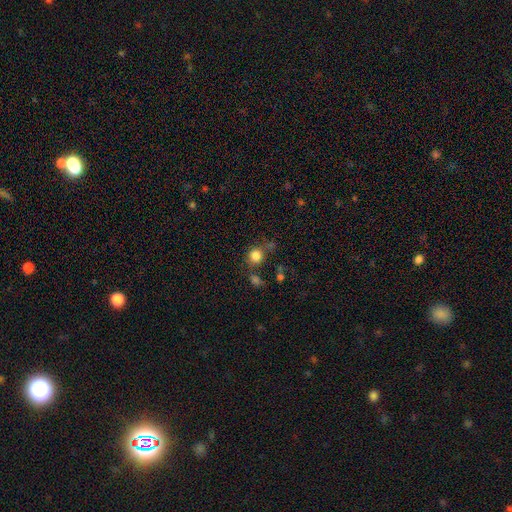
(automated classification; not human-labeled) Smooth or featured?
  - smooth: 82% *
  - star or artifact: 12%
  - featured or disk: 6%
How rounded?
  - round: 88% *
  - in between: 11%
  - cigar-shaped: 1%
Merging?
  - none: 70% *
  - minor disturbance: 13%
  - merger: 11%
  - major disturbance: 6%